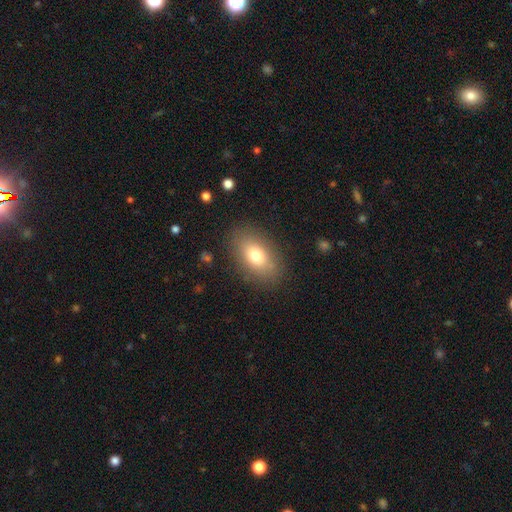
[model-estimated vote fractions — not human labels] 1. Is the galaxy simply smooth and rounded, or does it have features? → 75% smooth, 15% featured or disk, 10% star or artifact.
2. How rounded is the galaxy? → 87% in between, 11% round, 2% cigar-shaped.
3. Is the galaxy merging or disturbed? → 84% none, 10% minor disturbance, 4% major disturbance, 1% merger.